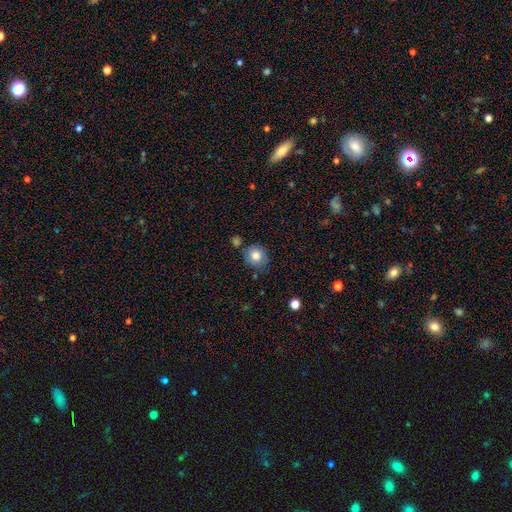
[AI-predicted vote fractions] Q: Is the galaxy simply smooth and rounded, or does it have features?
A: smooth — 81%.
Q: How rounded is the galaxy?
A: round — 82%.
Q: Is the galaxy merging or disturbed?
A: none — 76%.